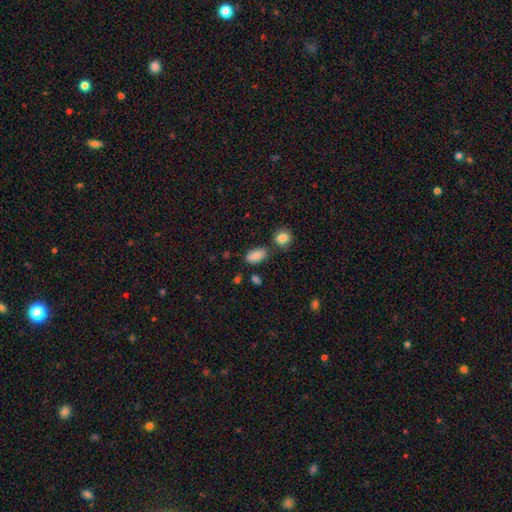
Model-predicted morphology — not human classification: The model was most divided on "merging": none: 70%, minor disturbance: 17%, merger: 9%, major disturbance: 4%. More confident: how rounded — in between (93%); smooth or featured — smooth (87%).